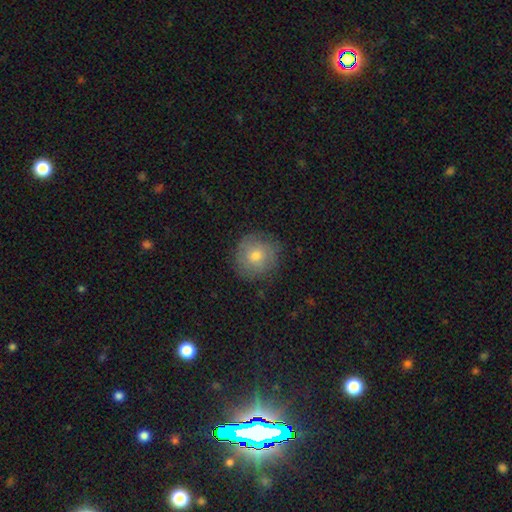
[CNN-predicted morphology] Q: Smooth or featured?
A: smooth (61%); runner-up: featured or disk (29%)
Q: How rounded?
A: round (92%); runner-up: in between (7%)
Q: Merging?
A: none (82%); runner-up: minor disturbance (13%)